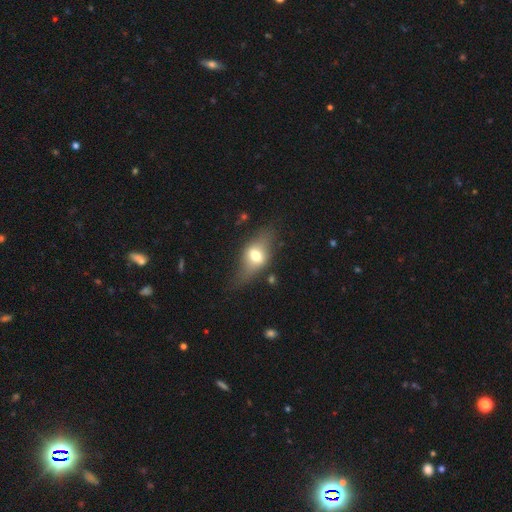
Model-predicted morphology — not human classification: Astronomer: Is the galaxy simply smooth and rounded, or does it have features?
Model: smooth — 47% (runner-up: featured or disk, 44%).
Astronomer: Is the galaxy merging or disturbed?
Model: none — 64%.